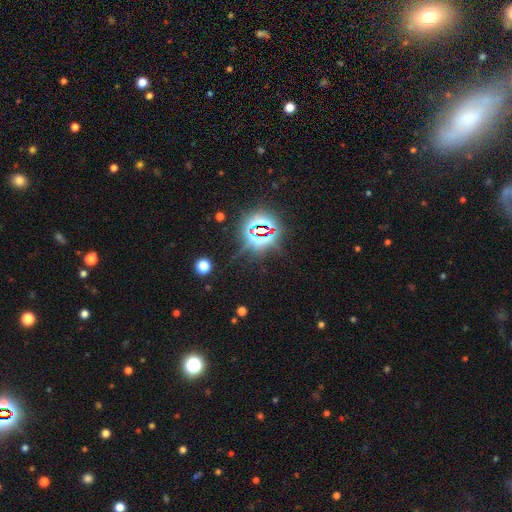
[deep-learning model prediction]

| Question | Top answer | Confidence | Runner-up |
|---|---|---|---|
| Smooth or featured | star or artifact | 81% | smooth (11%) |